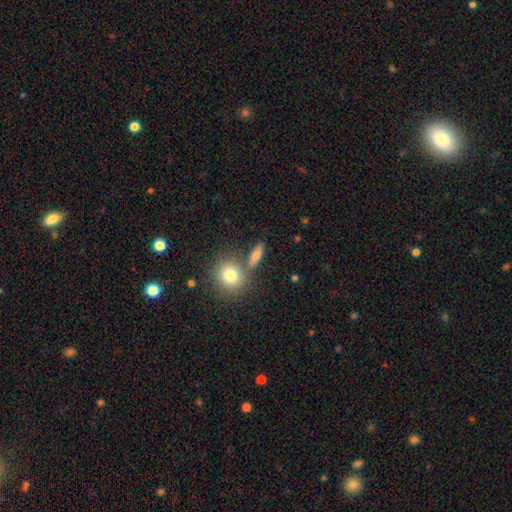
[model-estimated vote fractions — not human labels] This is likely a smooth galaxy (77%). How rounded: marginally in between (41%). Merging: likely none (69%).